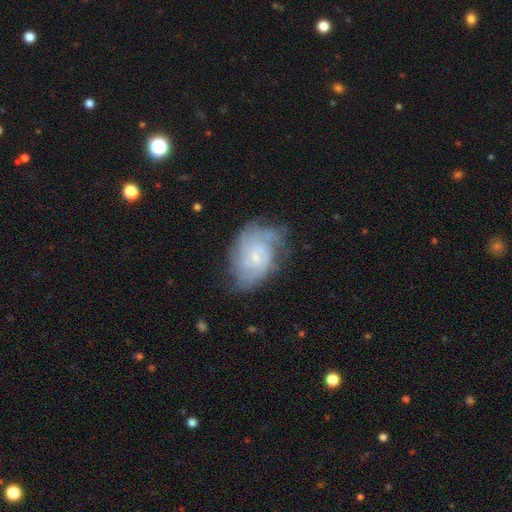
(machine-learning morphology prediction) Smooth or featured? featured or disk (76%)
Edge-on disk? no (97%)
Bar? no (58%)
Spiral arms? yes (91%)
Spiral winding? tight (57%)
Spiral arm count? can't tell (43%)
Bulge size? small (64%)
Merging? none (60%)